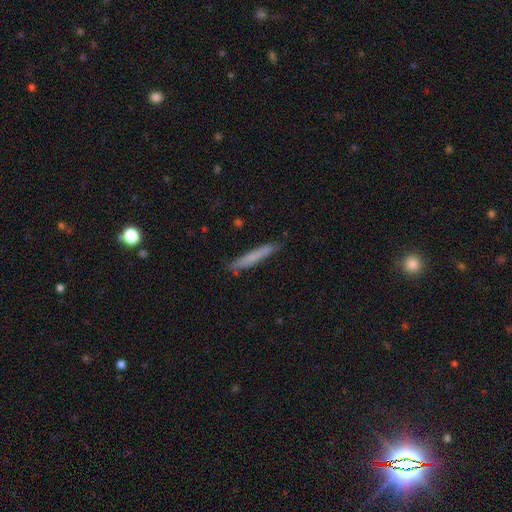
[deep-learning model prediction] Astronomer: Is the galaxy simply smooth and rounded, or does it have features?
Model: smooth — 73%.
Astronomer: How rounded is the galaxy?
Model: cigar-shaped — 95%.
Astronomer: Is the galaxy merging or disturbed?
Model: none — 85%.